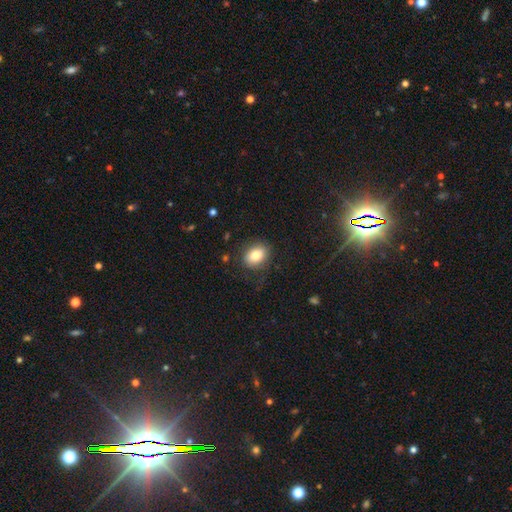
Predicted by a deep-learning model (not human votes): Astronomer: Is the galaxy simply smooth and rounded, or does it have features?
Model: smooth — 81%.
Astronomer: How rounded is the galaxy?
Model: in between — 66%.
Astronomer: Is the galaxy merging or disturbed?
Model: none — 81%.